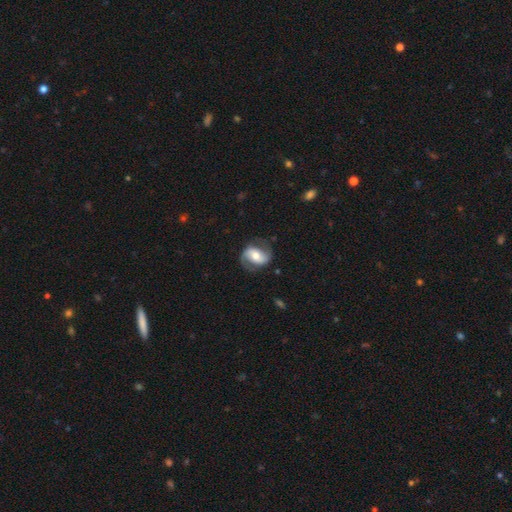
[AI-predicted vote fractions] A featured or disk galaxy (72%) with a weak bar (34%, tied with no), 2 (89%) medium (42%) spiral arms (90%) and a moderate central bulge (64%).

Vote fractions:
- Smooth or featured? featured or disk: 72% / smooth: 21% / star or artifact: 6%
- Edge-on disk? no: 96% / yes: 4%
- Bar? weak: 34% (tied) / no: 34% (tied) / strong: 32%
- Spiral arms? yes: 90% / no: 10%
- Spiral winding? medium: 42% / loose: 39% / tight: 19%
- Spiral arm count? 2: 89% / can't tell: 5% / 1: 3% / 3: 1% / 4: 1% / more than 4: 1%
- Bulge size? moderate: 64% / small: 23% / large: 10% / dominant: 2% / none: 1%
- Merging? none: 73% / minor disturbance: 17% / major disturbance: 9% / merger: 1%